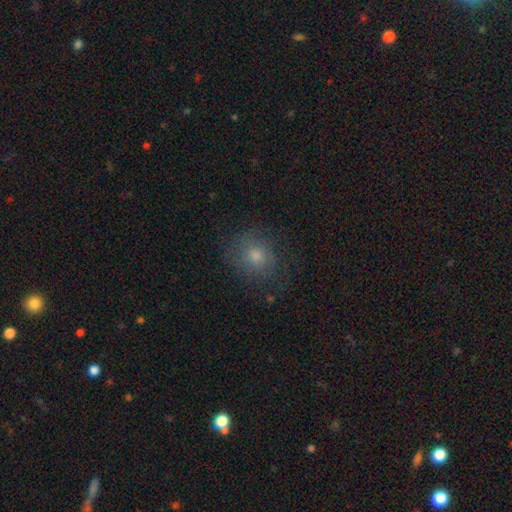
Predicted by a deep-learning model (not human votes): Q: Smooth or featured?
A: smooth (70%); runner-up: featured or disk (18%)
Q: How rounded?
A: round (76%); runner-up: in between (23%)
Q: Merging?
A: none (72%); runner-up: minor disturbance (17%)